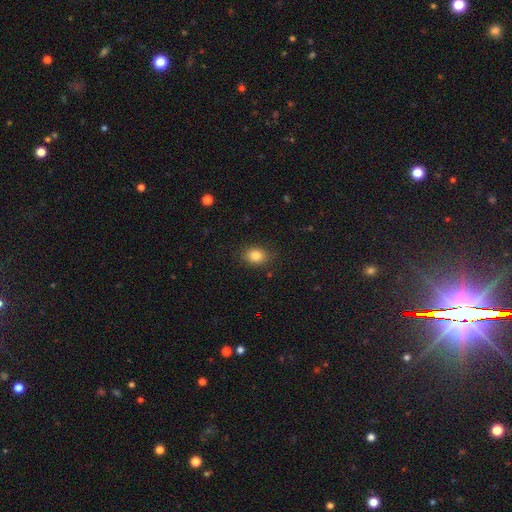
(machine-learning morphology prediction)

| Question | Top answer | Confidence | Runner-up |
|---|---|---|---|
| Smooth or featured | smooth | 84% | star or artifact (10%) |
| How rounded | in between | 66% | round (33%) |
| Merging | none | 83% | minor disturbance (13%) |